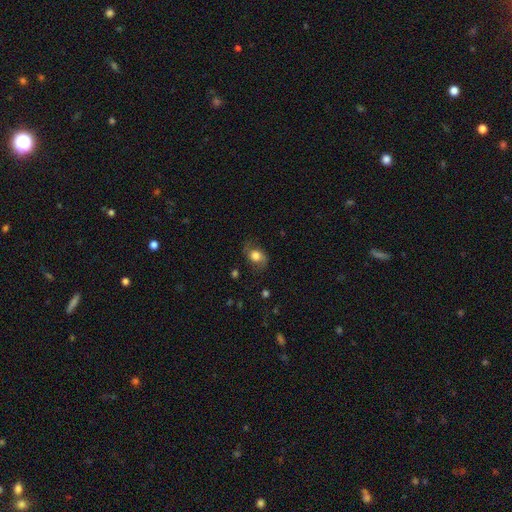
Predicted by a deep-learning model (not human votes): Q: Smooth or featured?
A: smooth (58%); runner-up: featured or disk (32%)
Q: How rounded?
A: in between (63%); runner-up: round (35%)
Q: Merging?
A: none (67%); runner-up: minor disturbance (21%)